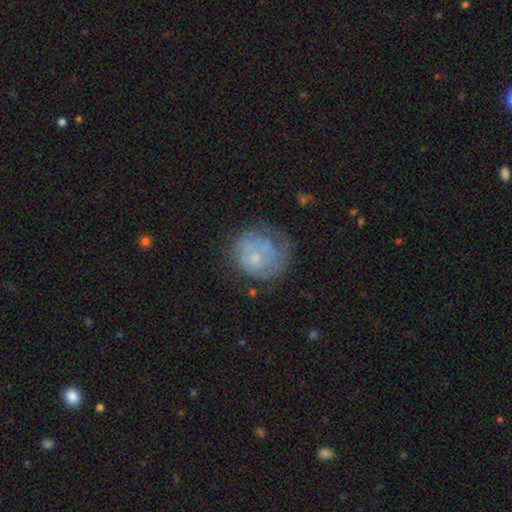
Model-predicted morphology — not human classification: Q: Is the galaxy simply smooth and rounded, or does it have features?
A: featured or disk — 52%.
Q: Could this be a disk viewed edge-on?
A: no — 98%.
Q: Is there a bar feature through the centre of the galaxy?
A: no — 85%.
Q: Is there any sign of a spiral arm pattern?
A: yes — 54%.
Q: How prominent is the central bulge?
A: small — 60%.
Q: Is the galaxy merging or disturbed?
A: none — 57%.